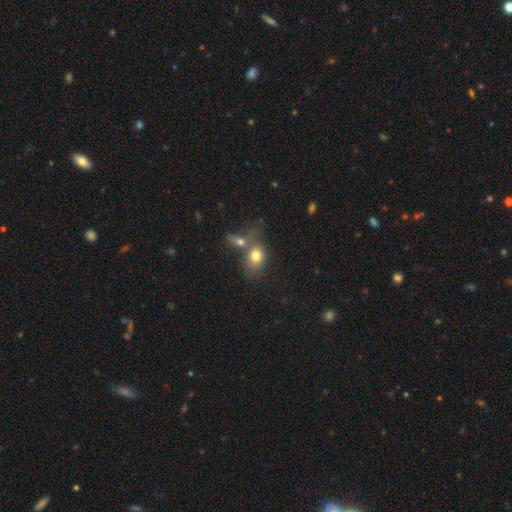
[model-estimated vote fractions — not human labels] The model was most divided on "how rounded": in between: 59%, round: 39%, cigar-shaped: 2%. More confident: smooth or featured — smooth (76%); merging — merger (51%).